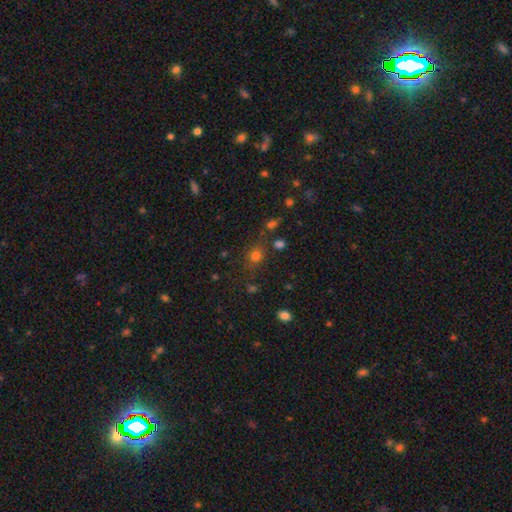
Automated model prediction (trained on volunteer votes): A smooth galaxy with no disk features (75%) that is round (70%).

Vote fractions:
- Smooth or featured? smooth: 75% / star or artifact: 18% / featured or disk: 7%
- How rounded? round: 70% / in between: 28% / cigar-shaped: 1%
- Merging? none: 73% / minor disturbance: 14% / merger: 7% / major disturbance: 6%